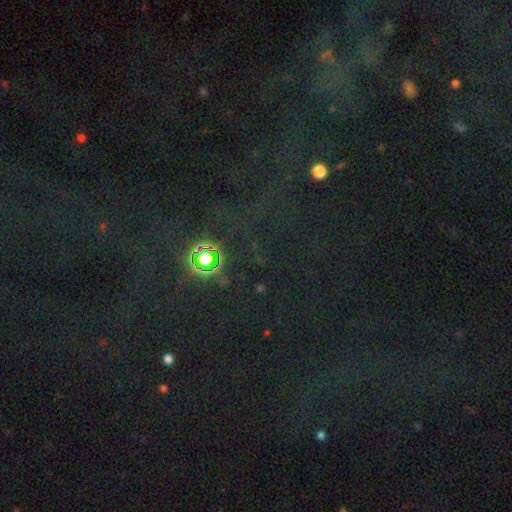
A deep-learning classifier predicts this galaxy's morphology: type=star or artifact (76%).